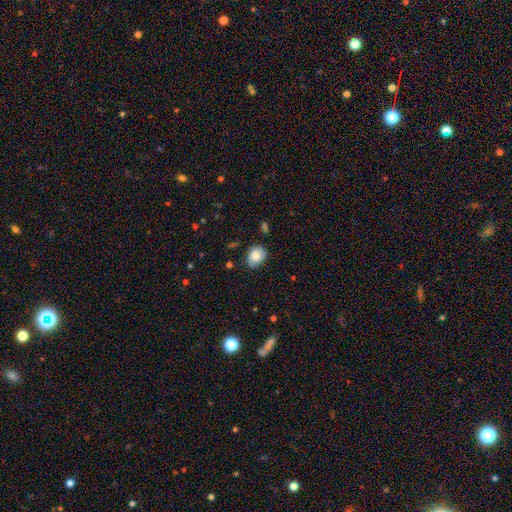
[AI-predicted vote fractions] Smooth or featured? Predicted: smooth (p=0.84). How rounded? Predicted: in between (p=0.59). Merging? Predicted: none (p=0.71).